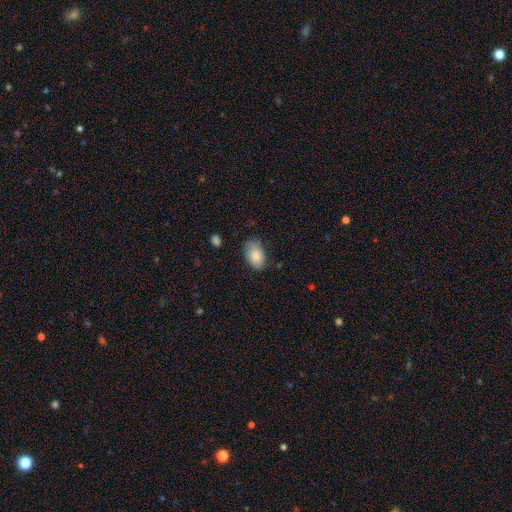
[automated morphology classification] Q: Smooth or featured?
A: smooth (81%); runner-up: featured or disk (12%)
Q: How rounded?
A: in between (91%); runner-up: round (8%)
Q: Merging?
A: none (74%); runner-up: minor disturbance (21%)